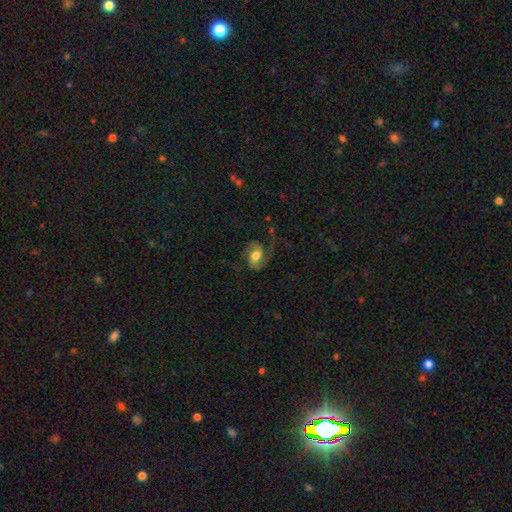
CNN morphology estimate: The model was most divided on "spiral winding": medium: 48%, loose: 36%, tight: 16%. More confident: edge-on disk — no (97%); spiral arms — yes (94%); spiral arm count — 2 (86%); smooth or featured — featured or disk (75%); merging — none (64%); bulge size — moderate (61%); bar — no (53%).